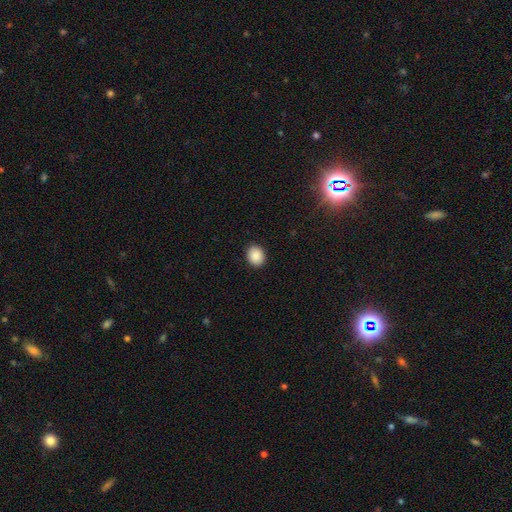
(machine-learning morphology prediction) This is clearly a smooth galaxy (89%). How rounded: likely round (61%). Merging: clearly none (91%).